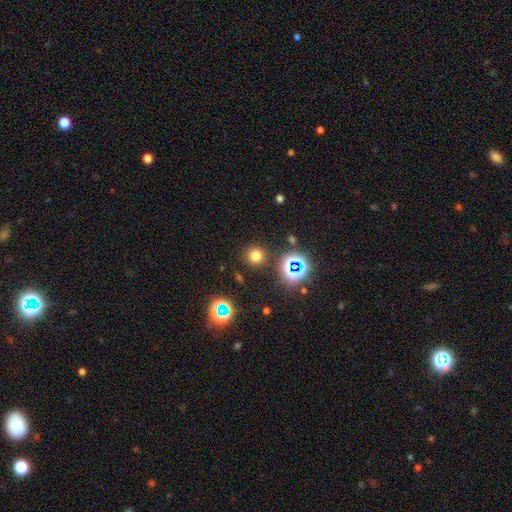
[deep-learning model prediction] The model was most divided on "smooth or featured": smooth: 70%, star or artifact: 24%, featured or disk: 6%. More confident: how rounded — round (93%); merging — none (87%).